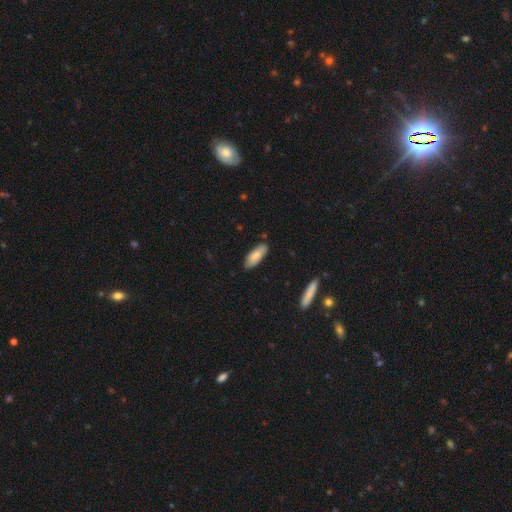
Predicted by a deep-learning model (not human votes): Smooth or featured? smooth (82%)
How rounded? in between (76%)
Merging? none (83%)